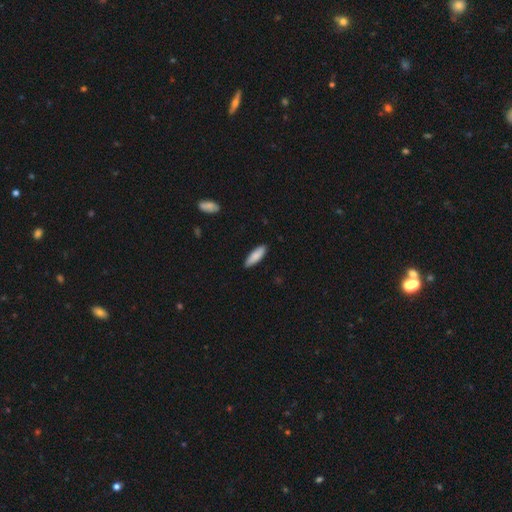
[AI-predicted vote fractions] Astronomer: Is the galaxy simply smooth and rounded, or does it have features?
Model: smooth — 86%.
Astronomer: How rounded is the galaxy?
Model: in between — 50% (runner-up: cigar-shaped, 48%).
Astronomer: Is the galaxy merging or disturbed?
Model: none — 88%.